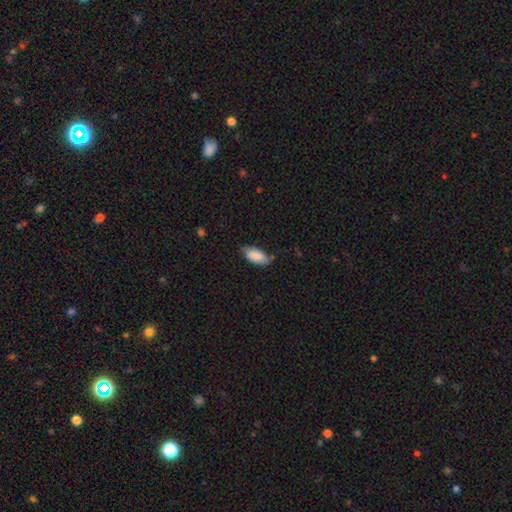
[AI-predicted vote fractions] Smooth or featured? Predicted: smooth (p=0.80). How rounded? Predicted: in between (p=0.92). Merging? Predicted: none (p=0.63).